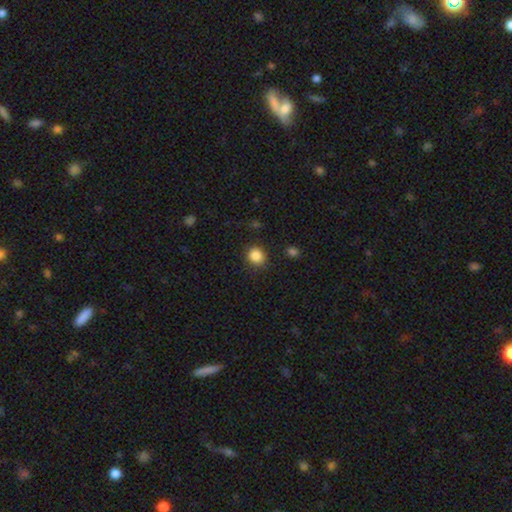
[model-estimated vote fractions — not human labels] This is clearly a smooth galaxy (86%). How rounded: clearly round (84%). Merging: clearly none (86%).